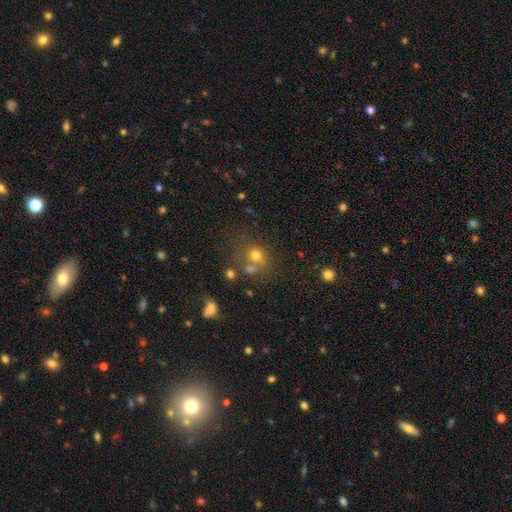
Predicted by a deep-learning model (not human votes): Overall: smooth (70%). How rounded: round (71%). Merging: none (53%; merger 26%).